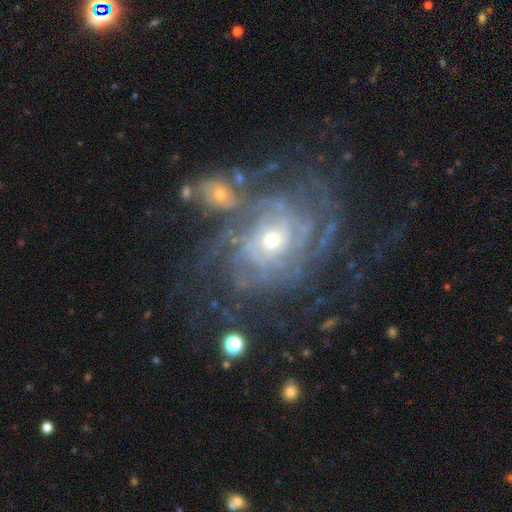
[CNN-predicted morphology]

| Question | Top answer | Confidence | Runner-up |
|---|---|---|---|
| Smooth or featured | featured or disk | 87% | star or artifact (8%) |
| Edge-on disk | no | 96% | yes (4%) |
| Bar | no | 64% | weak (27%) |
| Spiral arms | yes | 95% | no (5%) |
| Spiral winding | tight | 72% | medium (22%) |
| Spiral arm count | can't tell | 41% | 4 (15%) |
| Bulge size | small | 54% | moderate (41%) |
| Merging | none | 54% | minor disturbance (16%) |